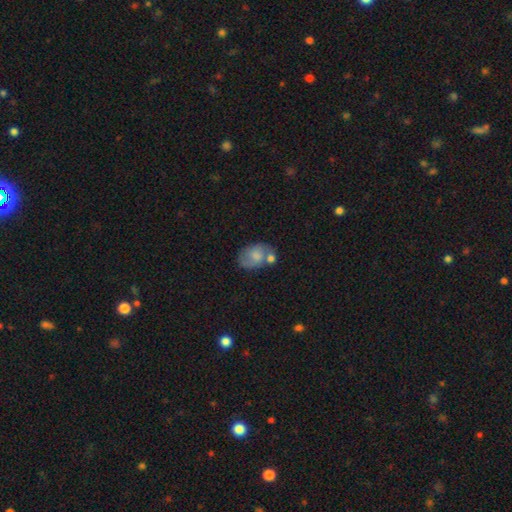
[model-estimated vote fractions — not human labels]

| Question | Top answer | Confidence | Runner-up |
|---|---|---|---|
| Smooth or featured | smooth | 63% | featured or disk (29%) |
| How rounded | in between | 80% | round (18%) |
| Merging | none | 41% | merger (29%) |